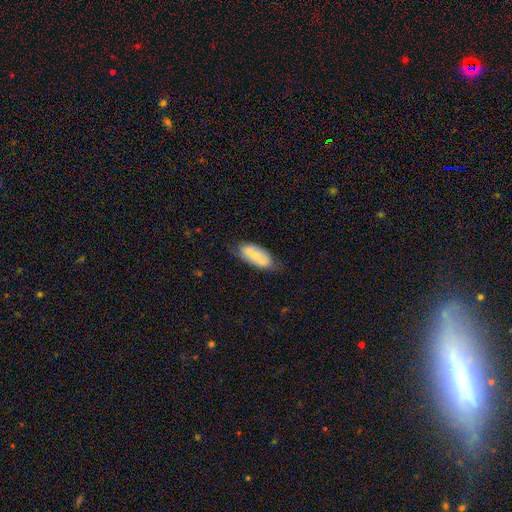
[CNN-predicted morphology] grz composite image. It shows a smooth galaxy with no disk features (60%) that is in between round and cigar-shaped (91%). Merging: none (68%).